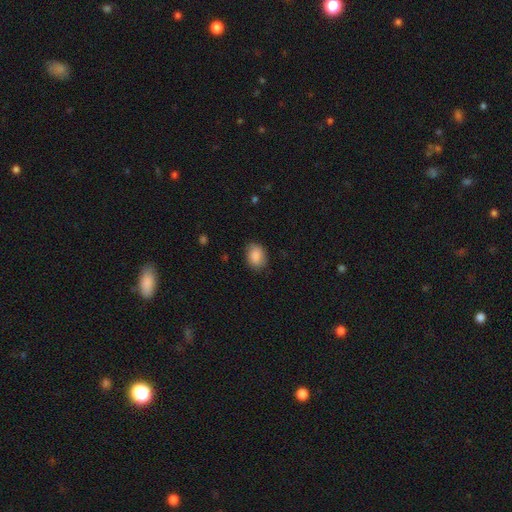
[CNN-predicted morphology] A smooth galaxy with no disk features (88%) that is in between round and cigar-shaped (66%). Merging: none (82%).